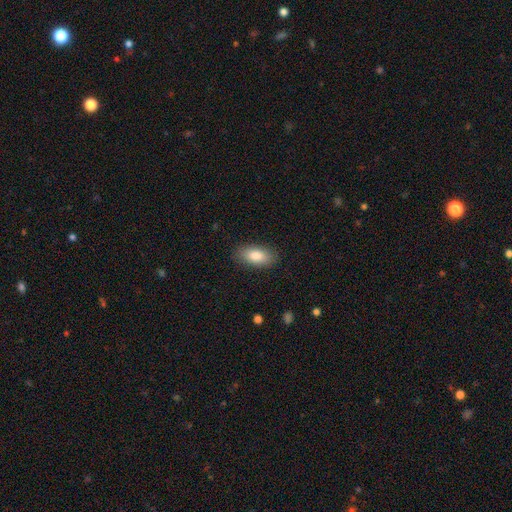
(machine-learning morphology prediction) type=smooth (84%); roundness=in between (91%); merging=none (87%).